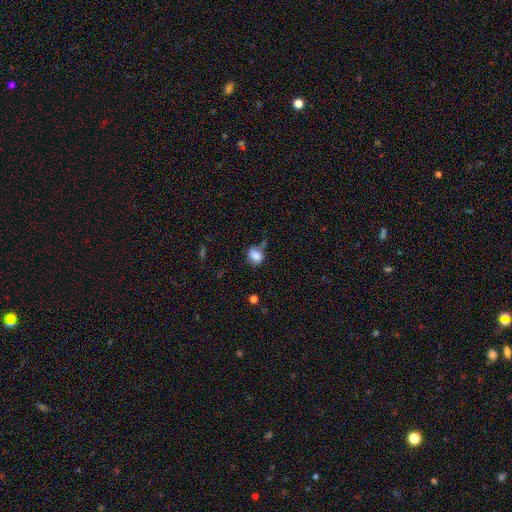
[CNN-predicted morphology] Q: Smooth or featured?
A: smooth (83%); runner-up: star or artifact (9%)
Q: How rounded?
A: round (59%); runner-up: in between (40%)
Q: Merging?
A: none (57%); runner-up: minor disturbance (26%)